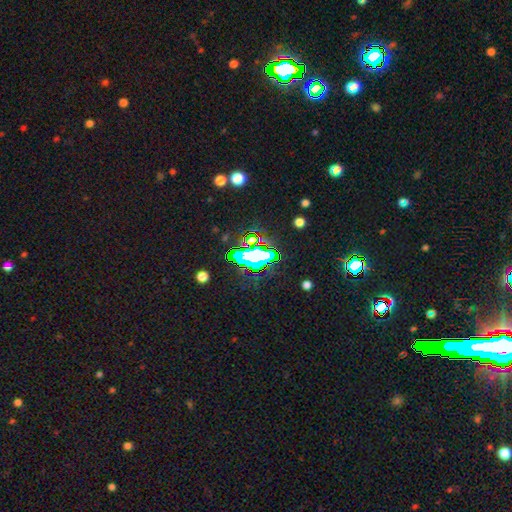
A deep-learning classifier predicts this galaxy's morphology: This is likely a star or artifact rather than a galaxy (64%).